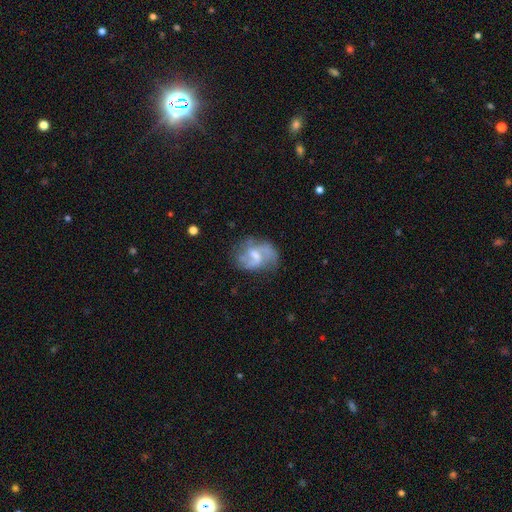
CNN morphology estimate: smooth-or-featured: featured or disk: 69% | smooth: 23% | star or artifact: 8%
  disk-edge-on: no: 98% | yes: 2%
    bar: weak: 55% | no: 31% | strong: 14%
    has-spiral-arms: yes: 82% | no: 18%
      spiral-winding: loose: 46% | medium: 41% | tight: 13%
      spiral-arm-count: 2: 63% | can't tell: 17% | 3: 8% | 1: 8% | 4: 2% | more than 4: 2%
    bulge-size: moderate: 39% | small: 32% | none: 22% | large: 6% | dominant: 1%
  merging: none: 51% | minor disturbance: 24% | major disturbance: 21% | merger: 3%